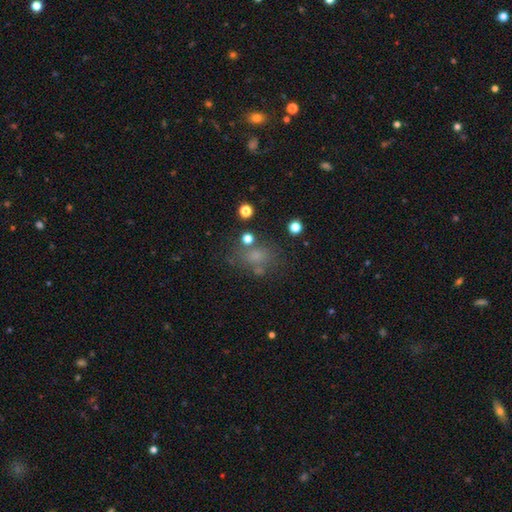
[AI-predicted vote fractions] smooth_or_featured: smooth (p=0.60) [alt: star or artifact p=0.25]
how_rounded: in between (p=0.54) [alt: round p=0.44]
merging: none (p=0.60) [alt: minor disturbance p=0.18]